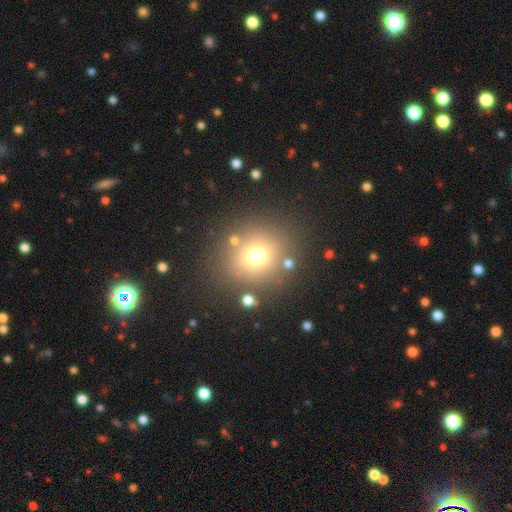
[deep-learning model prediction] A smooth galaxy with no disk features (69%) that is round (83%).

Vote fractions:
- Smooth or featured? smooth: 69% / star or artifact: 19% / featured or disk: 12%
- How rounded? round: 83% / in between: 16% / cigar-shaped: 1%
- Merging? none: 81% / minor disturbance: 9% / merger: 6% / major disturbance: 5%